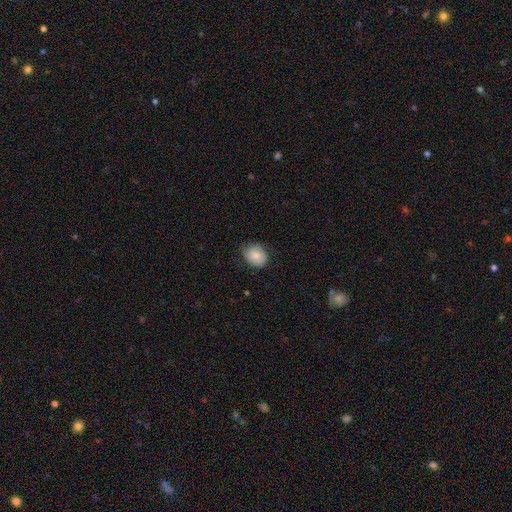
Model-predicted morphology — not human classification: Smooth or featured? smooth (75%)
How rounded? round (53%)
Merging? none (72%)